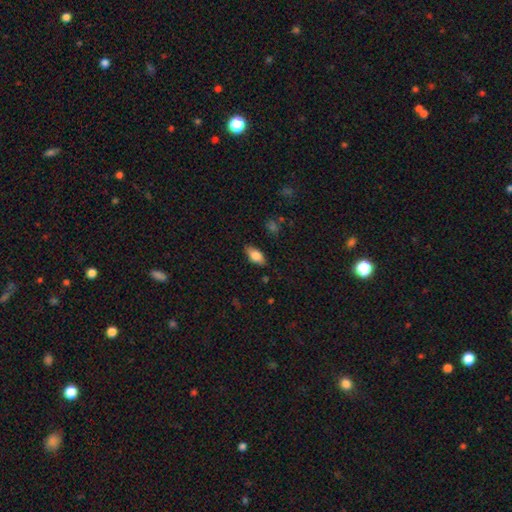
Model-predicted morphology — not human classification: Smooth or featured? Predicted: smooth (p=0.78). How rounded? Predicted: in between (p=0.87). Merging? Predicted: none (p=0.83).